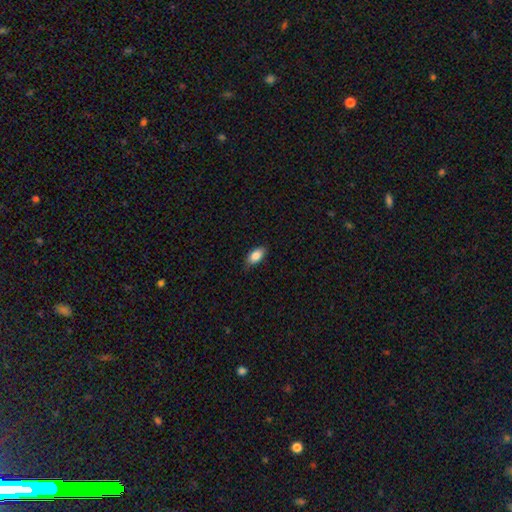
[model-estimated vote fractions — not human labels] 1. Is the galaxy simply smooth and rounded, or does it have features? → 85% smooth, 8% featured or disk, 7% star or artifact.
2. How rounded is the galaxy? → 90% in between, 6% cigar-shaped, 4% round.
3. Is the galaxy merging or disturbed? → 82% none, 15% minor disturbance, 2% major disturbance, 1% merger.